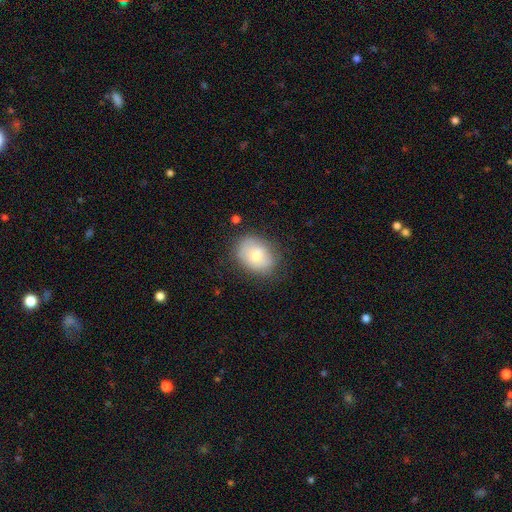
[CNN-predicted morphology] Overall: smooth (71%). How rounded: in between (64%; round 35%). Merging: none (77%).